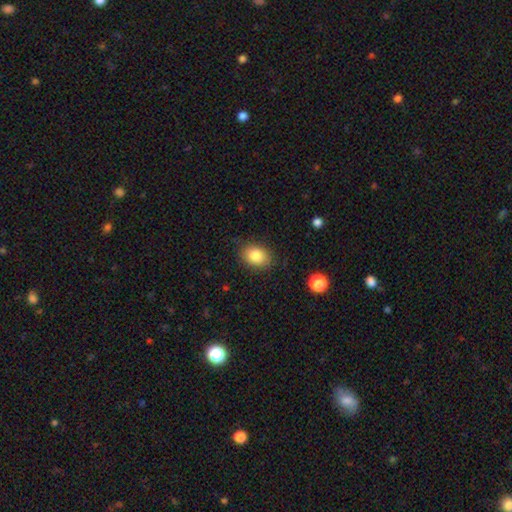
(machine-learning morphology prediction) smooth_or_featured: smooth (p=0.84) [alt: star or artifact p=0.09]
how_rounded: in between (p=0.70) [alt: round p=0.29]
merging: none (p=0.84) [alt: minor disturbance p=0.12]